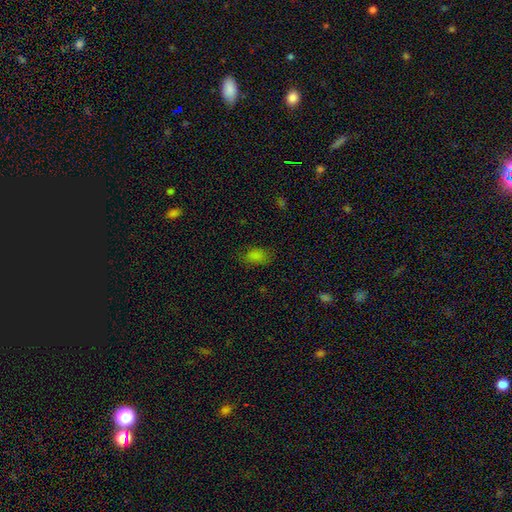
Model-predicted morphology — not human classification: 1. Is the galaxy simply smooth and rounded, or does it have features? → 82% smooth, 13% star or artifact, 5% featured or disk.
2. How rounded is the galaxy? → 90% in between, 7% round, 2% cigar-shaped.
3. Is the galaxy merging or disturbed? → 74% none, 19% minor disturbance, 5% major disturbance, 1% merger.